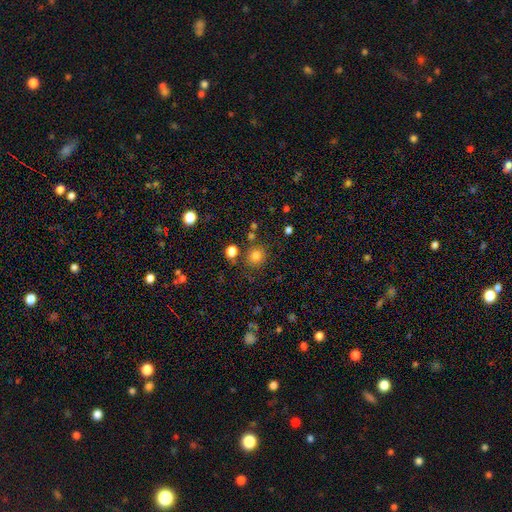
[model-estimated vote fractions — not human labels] The model was most divided on "smooth or featured": smooth: 80%, star or artifact: 14%, featured or disk: 6%. More confident: how rounded — round (84%); merging — none (80%).